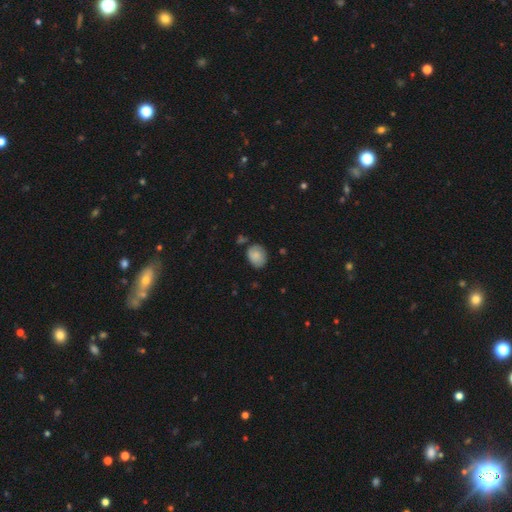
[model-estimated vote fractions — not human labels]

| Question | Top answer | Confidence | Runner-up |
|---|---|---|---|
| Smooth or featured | smooth | 73% | featured or disk (19%) |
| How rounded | in between | 54% | round (45%) |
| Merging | none | 68% | minor disturbance (23%) |